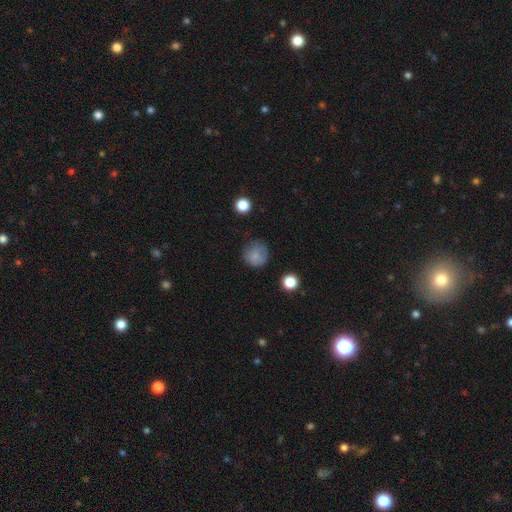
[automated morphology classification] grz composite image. It shows a smooth galaxy with no disk features (79%) that is round (89%). Merging: none (67%).